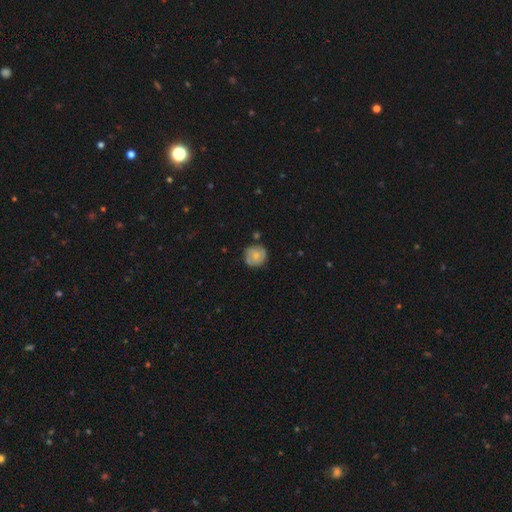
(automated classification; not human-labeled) smooth 57%, featured or disk 35%, star or artifact 7%. Down the decision tree: how rounded — round (87%); merging — none (71%).